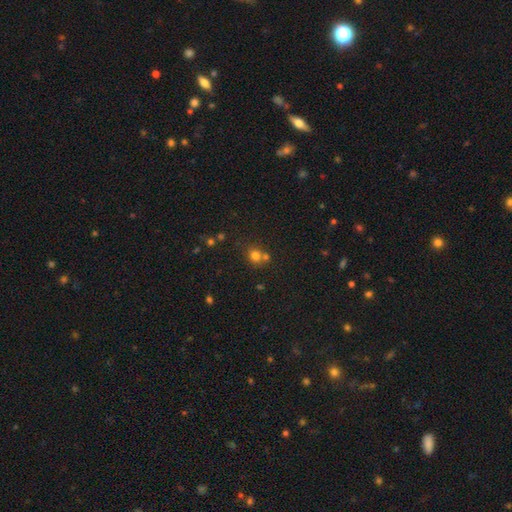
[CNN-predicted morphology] Smooth or featured? smooth (75%)
How rounded? round (79%)
Merging? none (54%)